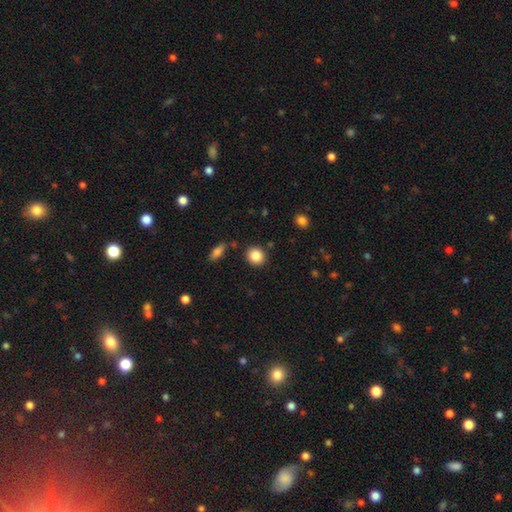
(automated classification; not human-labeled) The model was most divided on "how rounded": round: 81%, in between: 18%, cigar-shaped: 1%. More confident: merging — none (86%); smooth or featured — smooth (85%).